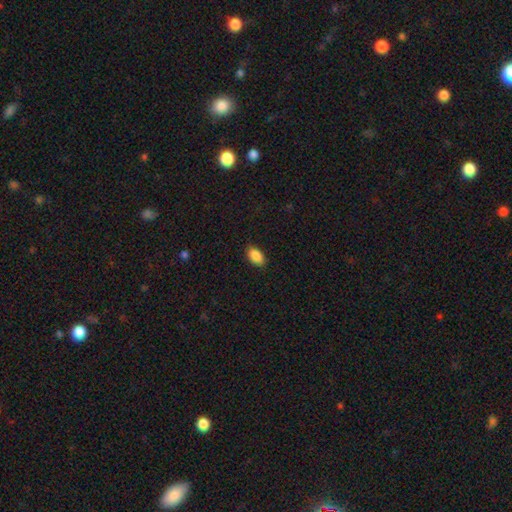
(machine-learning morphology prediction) This is clearly a smooth galaxy (89%). How rounded: clearly in between (92%). Merging: clearly none (86%).